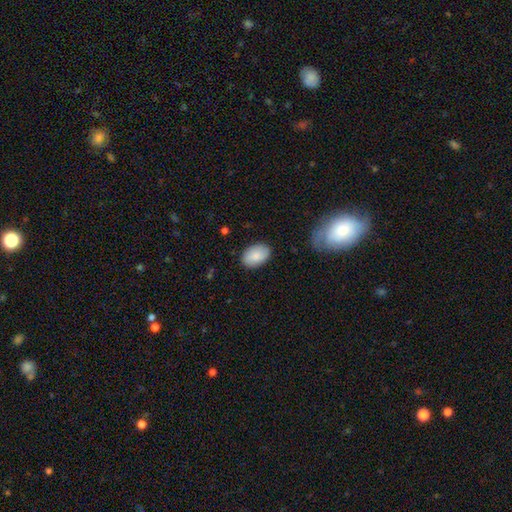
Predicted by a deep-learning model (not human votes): A smooth galaxy with no disk features (85%) that is in between round and cigar-shaped (90%).

Vote fractions:
- Smooth or featured? smooth: 85% / featured or disk: 9% / star or artifact: 6%
- How rounded? in between: 90% / round: 9% / cigar-shaped: 1%
- Merging? none: 86% / minor disturbance: 11% / major disturbance: 2% / merger: 1%